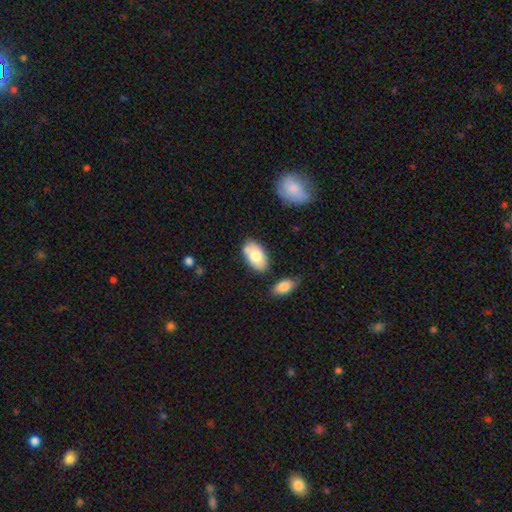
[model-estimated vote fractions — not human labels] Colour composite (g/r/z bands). It shows a smooth galaxy with no disk features (73%) that is in between round and cigar-shaped (93%). Merging: none (63%).